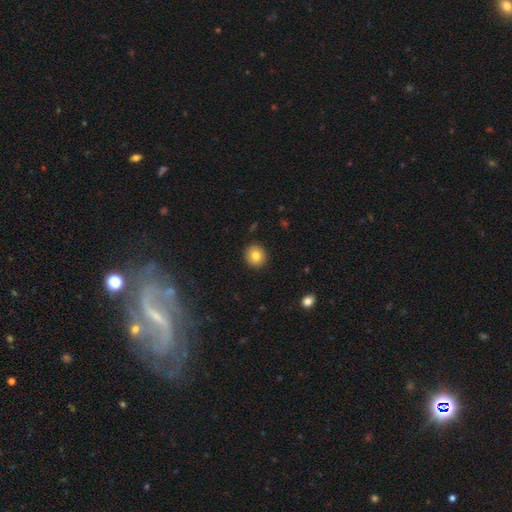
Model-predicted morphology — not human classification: A smooth galaxy with no disk features (81%) that is round (90%). Merging: none (91%).